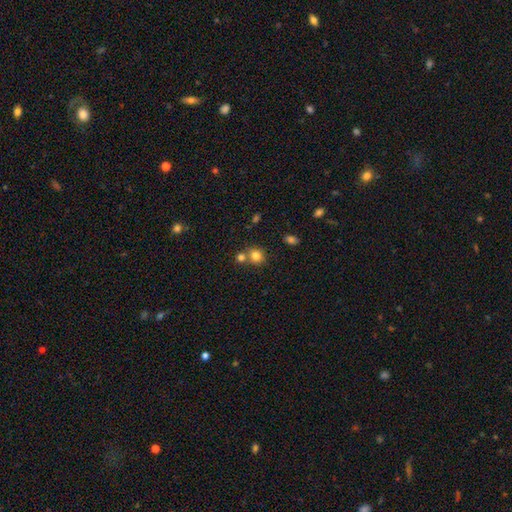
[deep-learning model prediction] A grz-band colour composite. It shows a smooth galaxy with no disk features (80%) that is round (81%). Merging: none (57%).